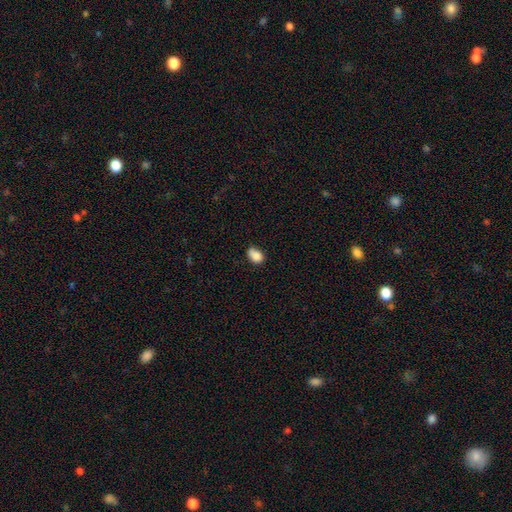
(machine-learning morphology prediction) smooth 83%, star or artifact 9%, featured or disk 8%. Down the decision tree: how rounded — in between (68%); merging — none (48%).